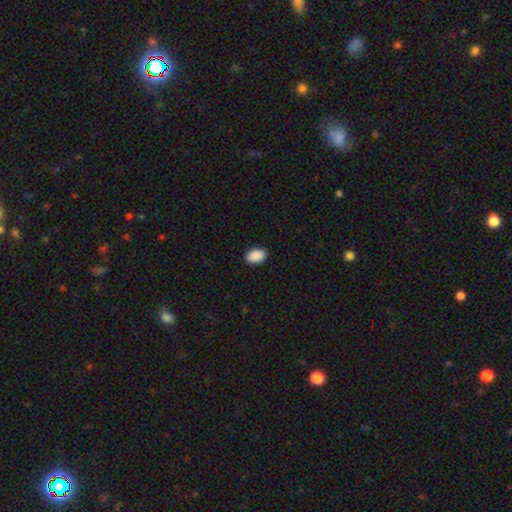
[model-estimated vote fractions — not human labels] The model was most divided on "how rounded": in between: 88%, round: 11%, cigar-shaped: 1%. More confident: smooth or featured — smooth (91%); merging — none (90%).